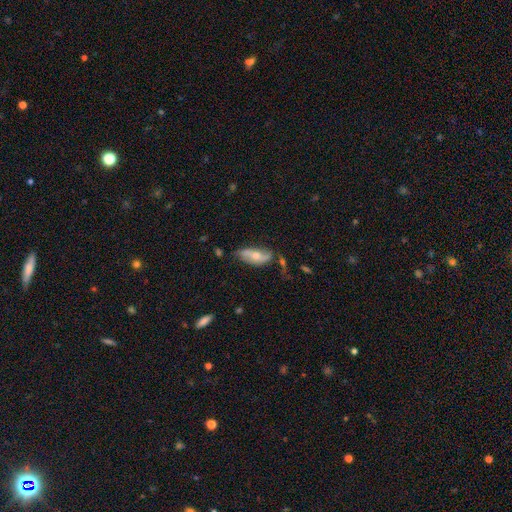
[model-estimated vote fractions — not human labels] Overall: featured or disk (53%; smooth 40%). Edge-on disk: no (82%). Merging: none (59%; minor disturbance 28%).